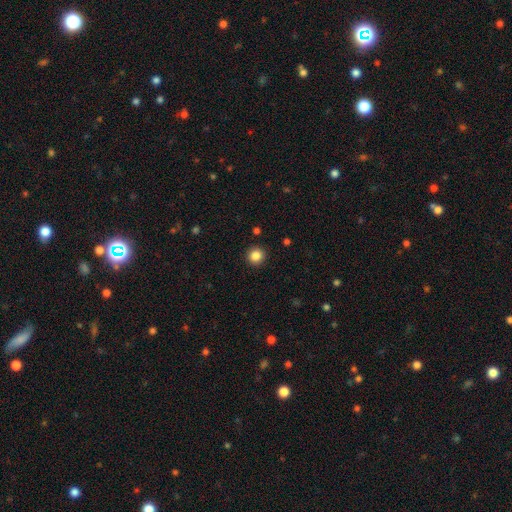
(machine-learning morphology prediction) This appears to be a smooth galaxy with no disk features (85%) that is round (94%). Merging: none (93%).